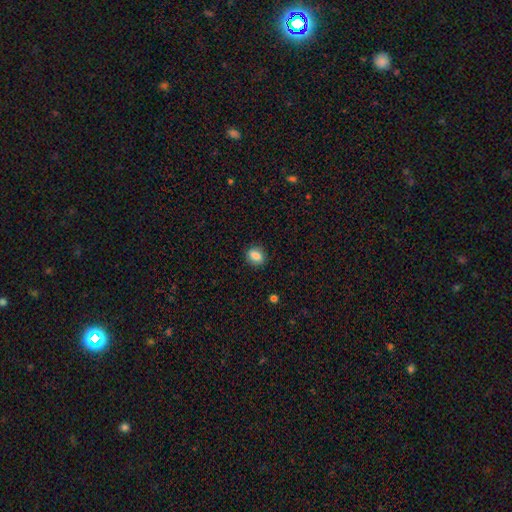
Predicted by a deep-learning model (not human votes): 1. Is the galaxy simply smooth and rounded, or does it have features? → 83% smooth, 9% star or artifact, 8% featured or disk.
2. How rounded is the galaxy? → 56% in between, 41% round, 2% cigar-shaped.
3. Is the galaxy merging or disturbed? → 86% none, 11% minor disturbance, 3% major disturbance, 1% merger.